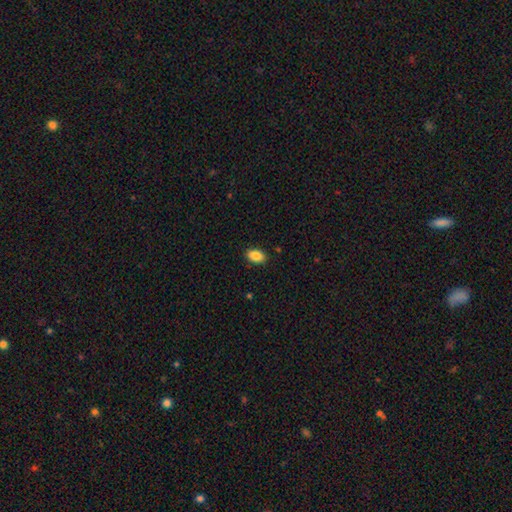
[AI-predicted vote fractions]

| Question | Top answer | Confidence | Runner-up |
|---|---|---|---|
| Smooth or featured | smooth | 87% | star or artifact (8%) |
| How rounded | in between | 90% | round (8%) |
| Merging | none | 89% | minor disturbance (8%) |